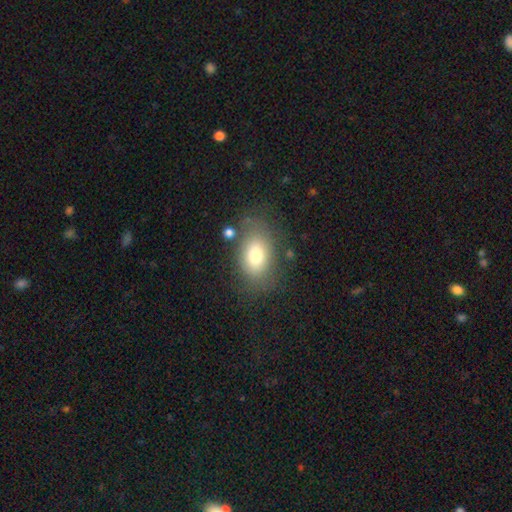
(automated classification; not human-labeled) Smooth or featured? smooth (75%)
How rounded? in between (81%)
Merging? none (72%)